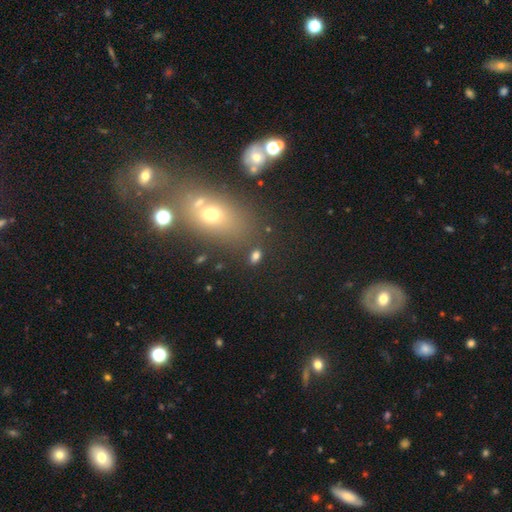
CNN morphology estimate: This appears to be a smooth galaxy with no disk features (75%) that is in between round and cigar-shaped (81%). Merging: none (77%).